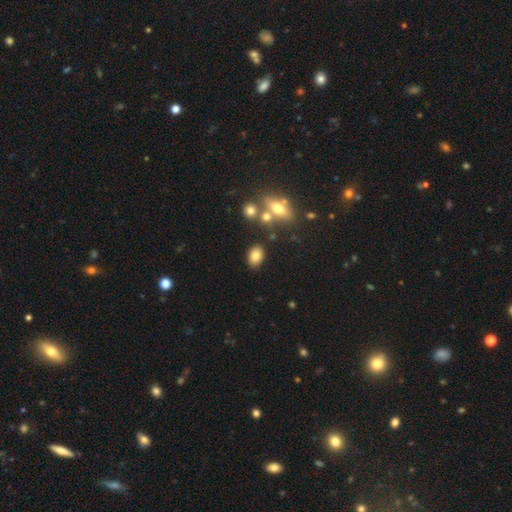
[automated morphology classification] smooth 82%, star or artifact 10%, featured or disk 8%. Down the decision tree: how rounded — in between (83%); merging — none (80%).